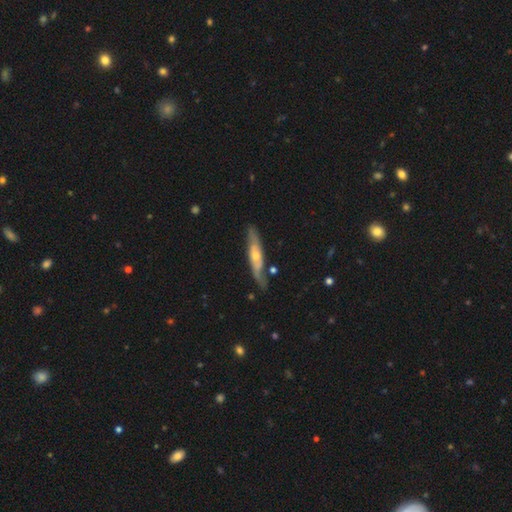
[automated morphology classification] Smooth or featured? Predicted: featured or disk (p=0.64). Edge-on disk? Predicted: yes (p=0.62). Merging? Predicted: none (p=0.74).